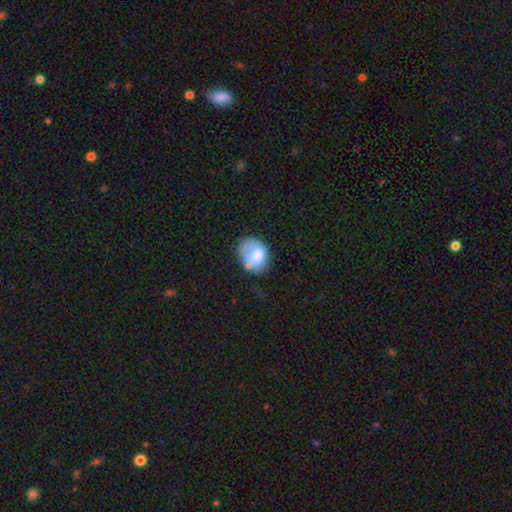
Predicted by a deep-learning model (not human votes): The model was most divided on "how rounded": in between: 56%, round: 43%, cigar-shaped: 1%. Remaining: smooth or featured — smooth (72%); merging — none (46%).